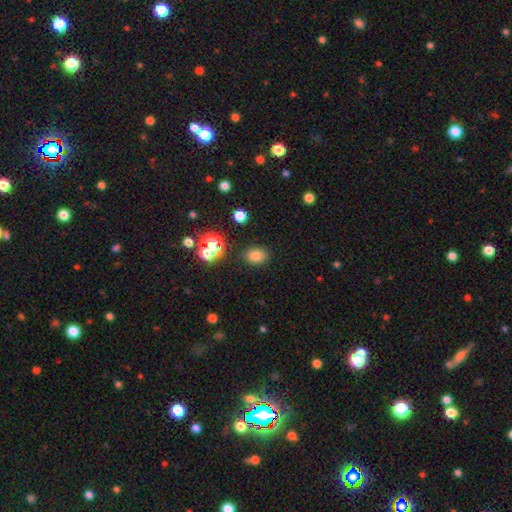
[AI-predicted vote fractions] A smooth galaxy with no disk features (75%) that is in between round and cigar-shaped (59%).

Vote fractions:
- Smooth or featured? smooth: 75% / star or artifact: 18% / featured or disk: 7%
- How rounded? in between: 59% / round: 40% / cigar-shaped: 1%
- Merging? none: 85% / minor disturbance: 9% / major disturbance: 3% / merger: 3%